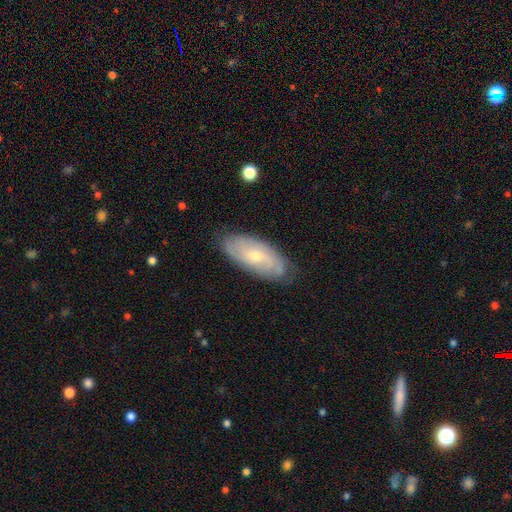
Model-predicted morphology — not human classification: This is likely a featured or disk galaxy (62%). It is clearly not viewed edge-on (88%). Bar: likely no (67%). Spiral arm pattern: clearly yes (81%). Central bulge: possibly small (59%). Merging: likely none (79%).